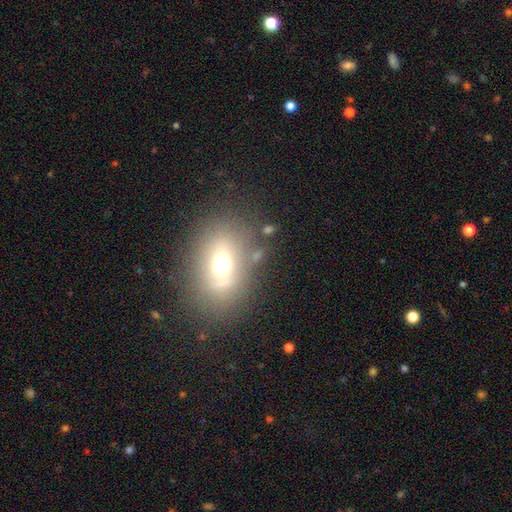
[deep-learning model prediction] smooth_or_featured: smooth (p=0.55) [alt: featured or disk p=0.27]
how_rounded: in between (p=0.64) [alt: round p=0.34]
merging: none (p=0.69) [alt: minor disturbance p=0.16]